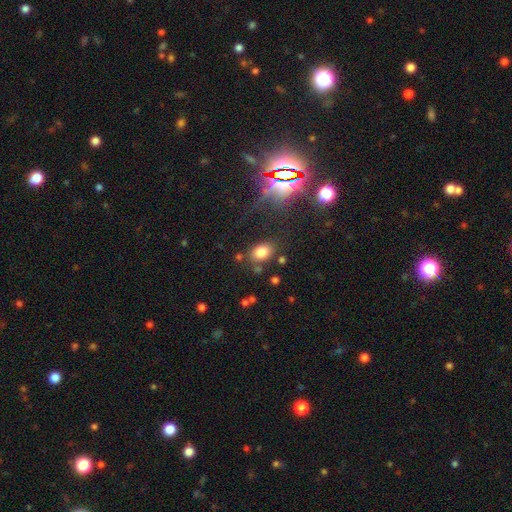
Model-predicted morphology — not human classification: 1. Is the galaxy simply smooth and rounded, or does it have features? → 65% smooth, 26% star or artifact, 9% featured or disk.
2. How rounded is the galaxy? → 66% in between, 32% round, 2% cigar-shaped.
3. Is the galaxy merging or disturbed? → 80% none, 11% minor disturbance, 4% merger, 4% major disturbance.